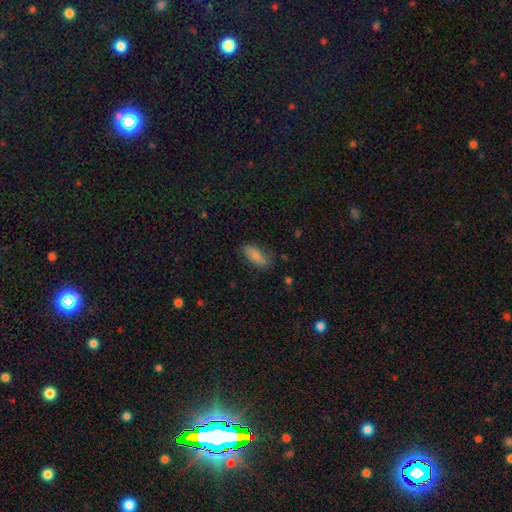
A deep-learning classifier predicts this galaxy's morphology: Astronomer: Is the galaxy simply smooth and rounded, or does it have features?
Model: smooth — 79%.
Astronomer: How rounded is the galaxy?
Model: in between — 81%.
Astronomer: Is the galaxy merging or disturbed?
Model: none — 75%.